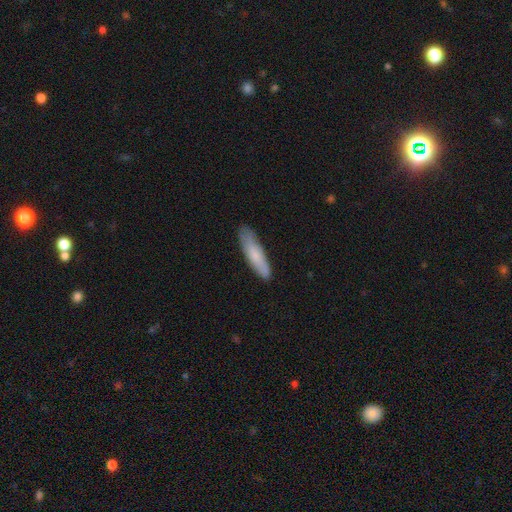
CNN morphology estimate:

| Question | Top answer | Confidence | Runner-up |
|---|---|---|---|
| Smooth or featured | smooth | 72% | featured or disk (22%) |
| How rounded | cigar-shaped | 77% | in between (22%) |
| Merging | none | 83% | minor disturbance (14%) |